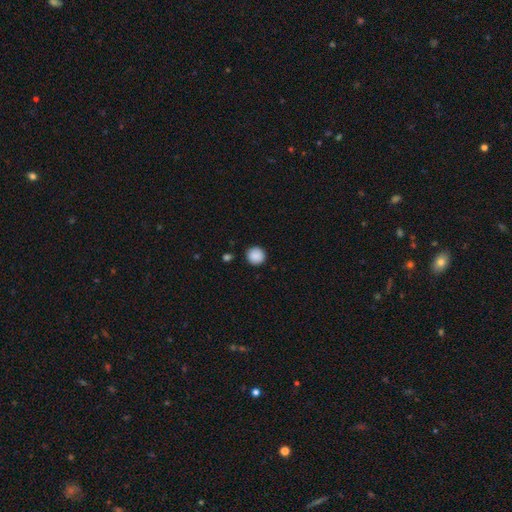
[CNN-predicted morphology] smooth 89%, star or artifact 8%, featured or disk 3%. Down the decision tree: how rounded — round (94%); merging — none (90%).